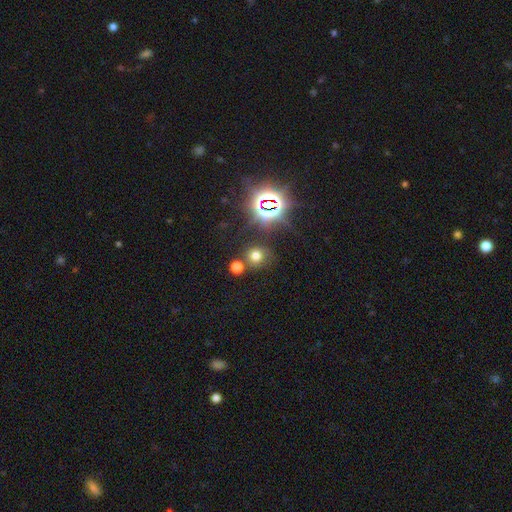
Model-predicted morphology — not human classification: Smooth or featured? smooth (64%)
How rounded? round (87%)
Merging? none (73%)